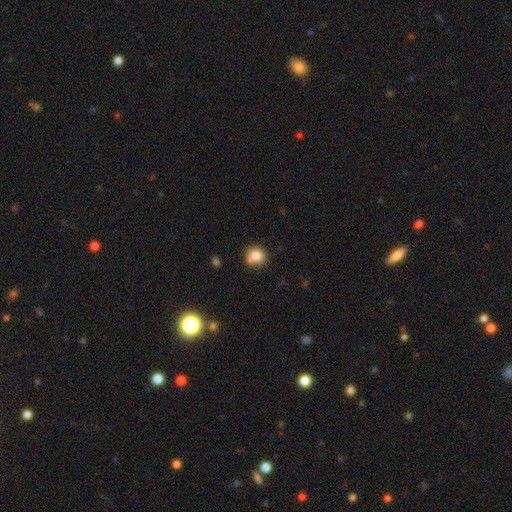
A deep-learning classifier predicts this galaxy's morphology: smooth 80%, star or artifact 11%, featured or disk 9%. Down the decision tree: how rounded — round (83%); merging — none (66%).